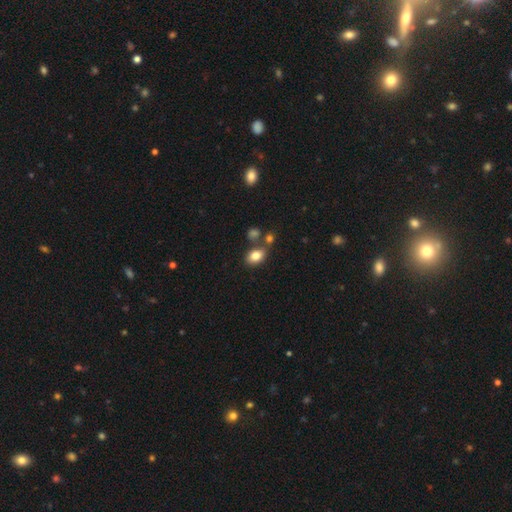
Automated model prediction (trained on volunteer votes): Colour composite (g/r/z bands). It shows a smooth galaxy with no disk features (81%) that is in between round and cigar-shaped (79%). Merging: none (64%).